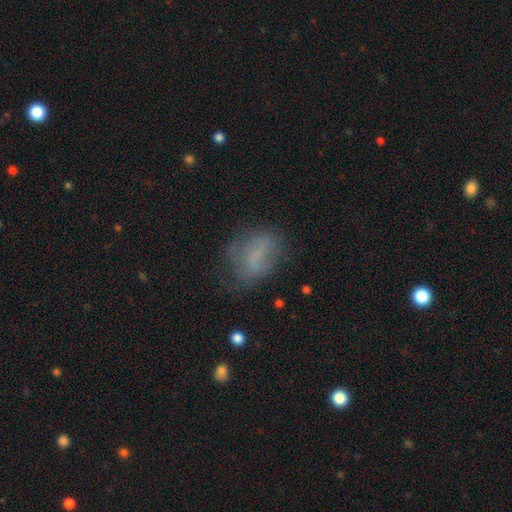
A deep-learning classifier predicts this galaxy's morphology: smooth_or_featured: smooth (p=0.61) [alt: featured or disk p=0.25]
how_rounded: in between (p=0.75) [alt: round p=0.22]
merging: none (p=0.54) [alt: minor disturbance p=0.26]